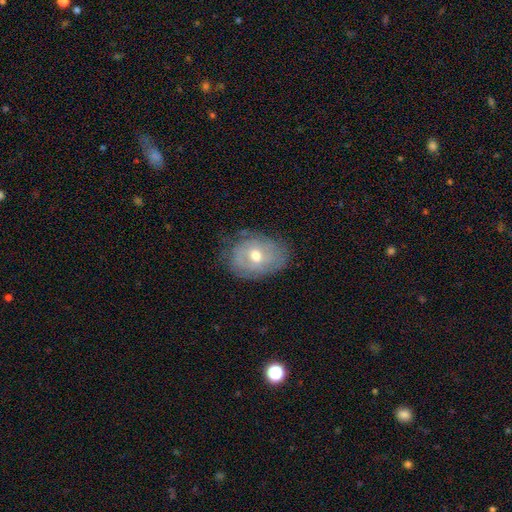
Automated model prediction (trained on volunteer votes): A featured or disk galaxy (51%). Merging: none (67%).